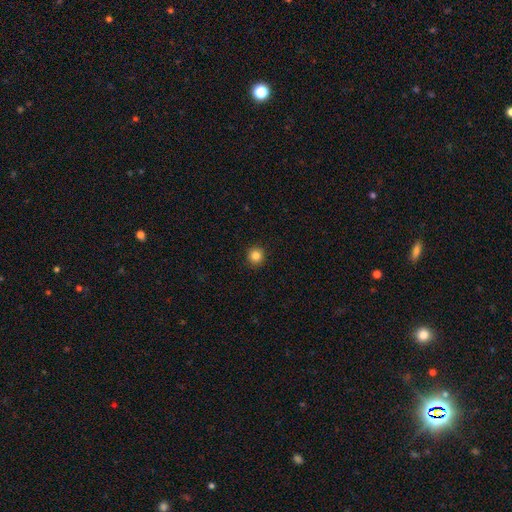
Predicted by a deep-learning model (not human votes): Smooth or featured?
  - smooth: 84% *
  - star or artifact: 11%
  - featured or disk: 5%
How rounded?
  - round: 95% *
  - in between: 4%
  - cigar-shaped: 1%
Merging?
  - none: 93% *
  - minor disturbance: 4%
  - major disturbance: 2%
  - merger: 1%